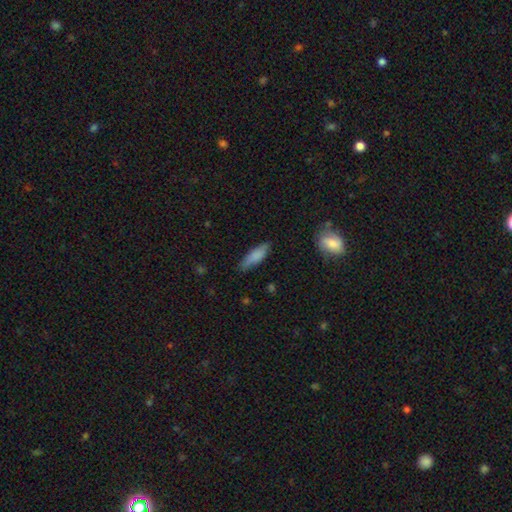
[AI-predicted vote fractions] A smooth galaxy with no disk features (81%) that is cigar-shaped (53%).

Vote fractions:
- Smooth or featured? smooth: 81% / featured or disk: 12% / star or artifact: 6%
- How rounded? cigar-shaped: 53% / in between: 45% / round: 2%
- Merging? none: 79% / minor disturbance: 17% / major disturbance: 3% / merger: 1%